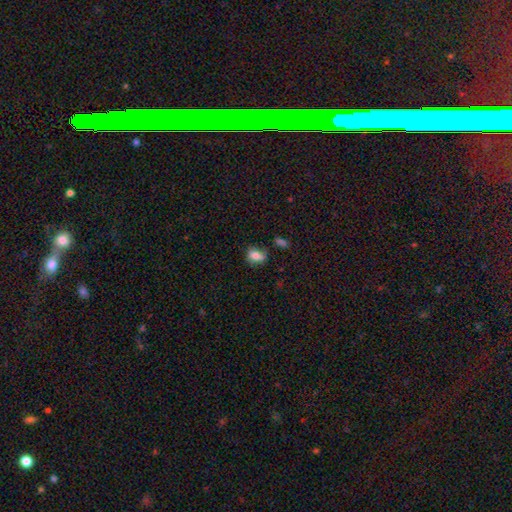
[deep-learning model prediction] This is likely a smooth galaxy (76%). How rounded: likely in between (66%). Merging: likely none (64%).